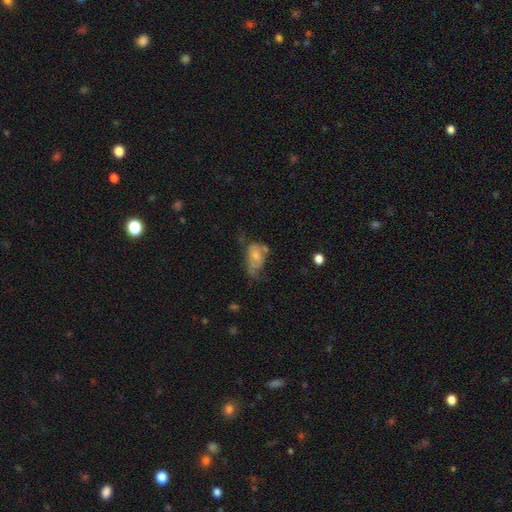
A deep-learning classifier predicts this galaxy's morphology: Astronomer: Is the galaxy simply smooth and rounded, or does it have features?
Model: smooth — 50% (runner-up: featured or disk, 42%).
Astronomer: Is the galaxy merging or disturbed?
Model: major disturbance — 34% (runner-up: minor disturbance, 29%).